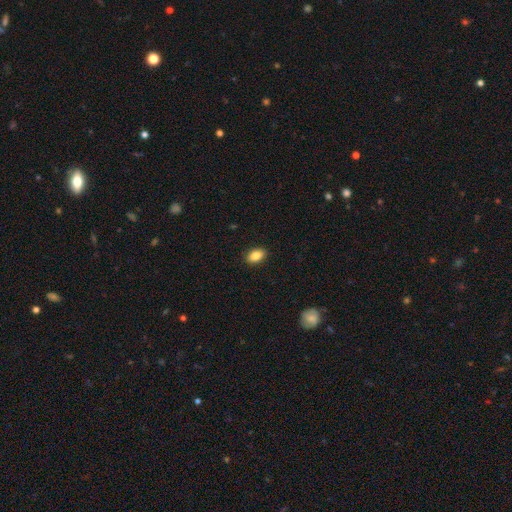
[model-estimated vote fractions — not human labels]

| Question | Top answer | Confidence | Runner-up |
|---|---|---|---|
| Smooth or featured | smooth | 86% | star or artifact (8%) |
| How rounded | in between | 88% | round (10%) |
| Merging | none | 90% | minor disturbance (7%) |